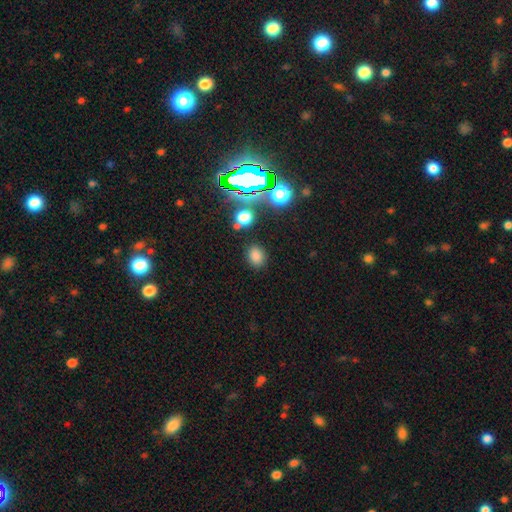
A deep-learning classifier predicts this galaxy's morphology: Smooth or featured? Predicted: smooth (p=0.74). How rounded? Predicted: in between (p=0.52). Merging? Predicted: none (p=0.83).